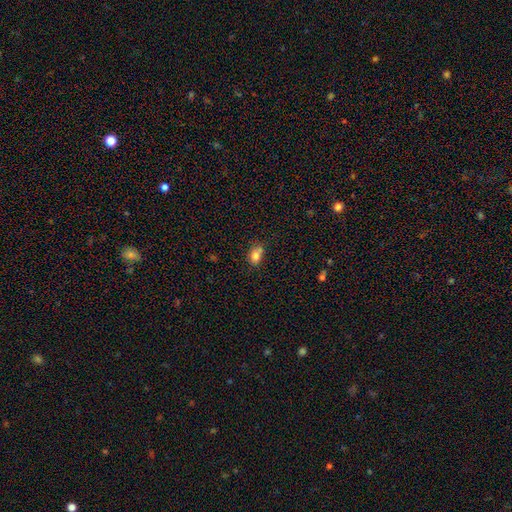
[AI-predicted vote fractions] Smooth or featured: smooth — 78% (star or artifact — 11%)
How rounded: in between — 57% (round — 42%)
Merging: none — 49% (merger — 23%)